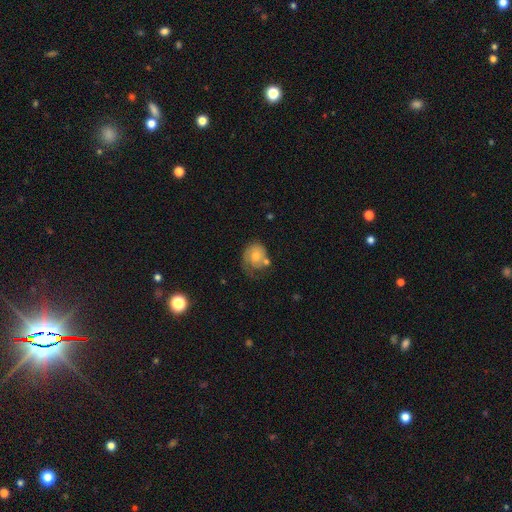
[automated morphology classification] Smooth or featured? Predicted: smooth (p=0.49). Merging? Predicted: none (p=0.39).